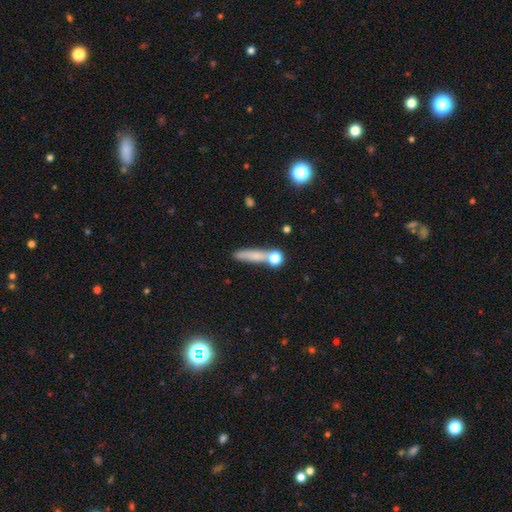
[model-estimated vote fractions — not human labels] A smooth galaxy with no disk features (68%) that is cigar-shaped (77%).

Vote fractions:
- Smooth or featured? smooth: 68% / featured or disk: 21% / star or artifact: 11%
- How rounded? cigar-shaped: 77% / in between: 14% / round: 9%
- Merging? none: 65% / merger: 15% / minor disturbance: 14% / major disturbance: 6%